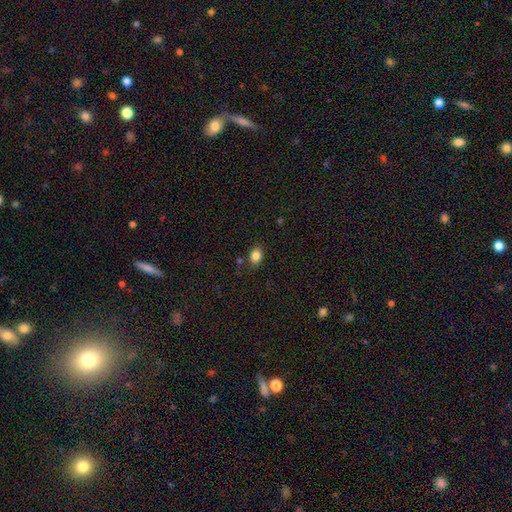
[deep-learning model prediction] This is clearly a smooth galaxy (84%). How rounded: likely in between (70%). Merging: likely none (78%).